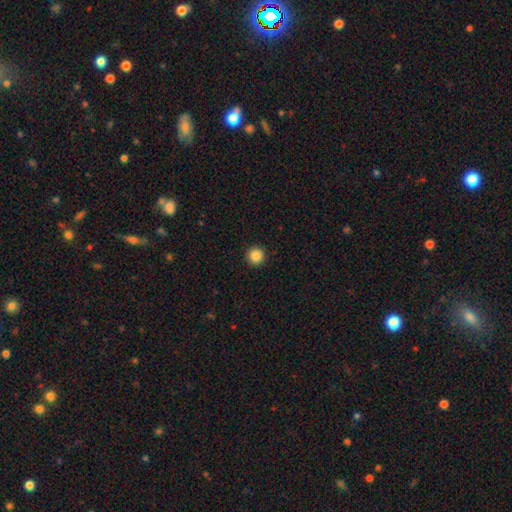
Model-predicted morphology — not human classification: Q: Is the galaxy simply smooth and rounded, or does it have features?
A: smooth — 87%.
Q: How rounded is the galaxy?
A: round — 96%.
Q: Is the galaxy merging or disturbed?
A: none — 93%.